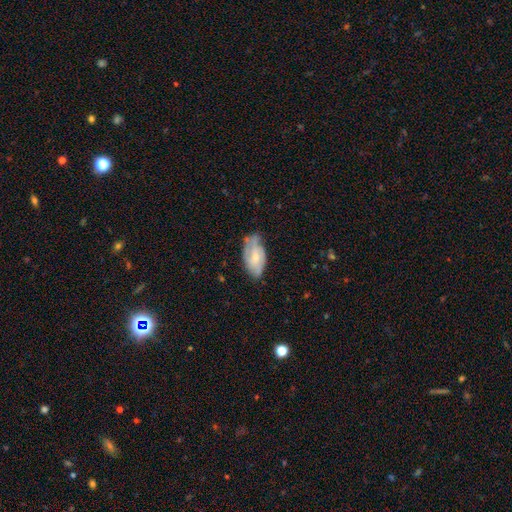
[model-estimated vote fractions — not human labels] Overall: featured or disk (55%; smooth 38%). Edge-on disk: no (94%). Bar: no (61%; weak 33%). Spiral arms: yes (79%). Bulge size: small (46%; moderate 40%). Merging: none (58%; minor disturbance 31%).